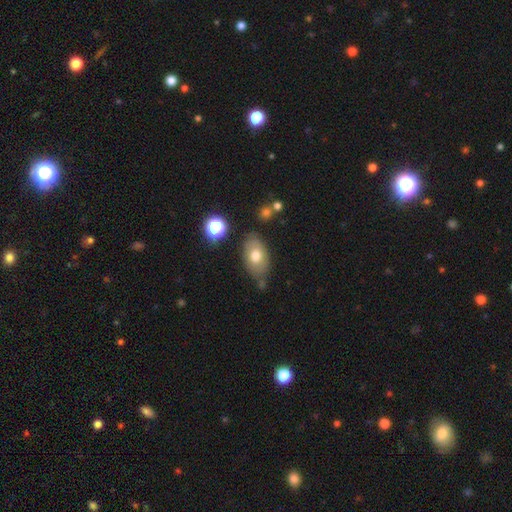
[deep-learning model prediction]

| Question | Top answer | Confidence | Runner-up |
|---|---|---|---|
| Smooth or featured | smooth | 71% | featured or disk (20%) |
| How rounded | in between | 87% | round (11%) |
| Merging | none | 66% | minor disturbance (21%) |